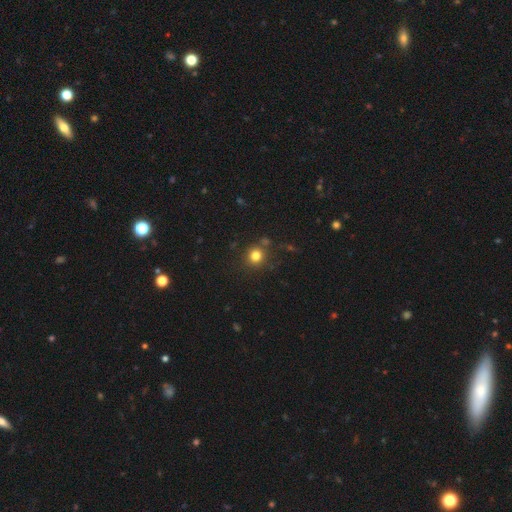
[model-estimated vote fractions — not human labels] This appears to be a smooth galaxy with no disk features (79%) that is round (90%). Merging: none (81%).